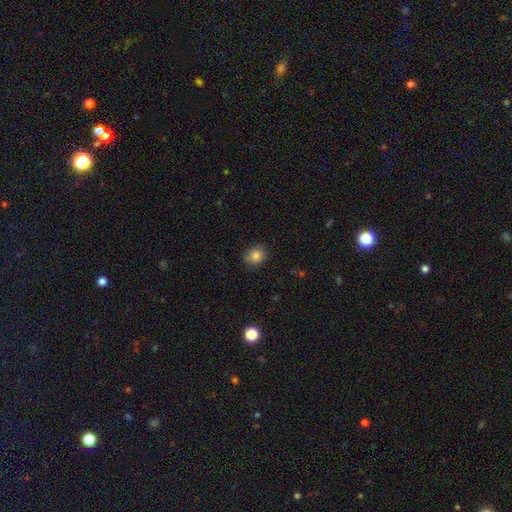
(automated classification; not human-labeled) A smooth galaxy with no disk features (84%) that is round (66%). Merging: none (85%).